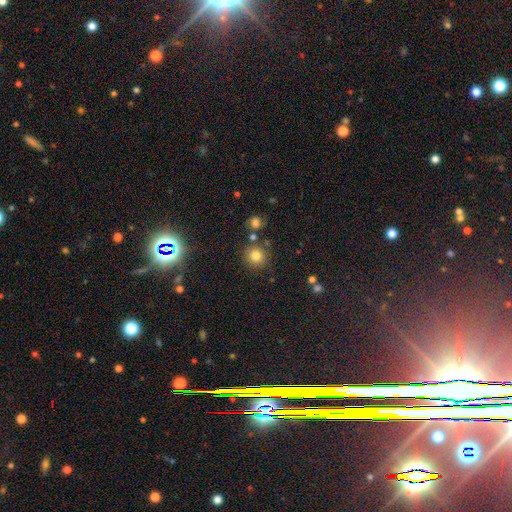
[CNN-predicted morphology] Smooth or featured?
  - smooth: 79% *
  - star or artifact: 14%
  - featured or disk: 7%
How rounded?
  - round: 92% *
  - in between: 7%
  - cigar-shaped: 1%
Merging?
  - none: 82% *
  - minor disturbance: 9%
  - merger: 7%
  - major disturbance: 3%